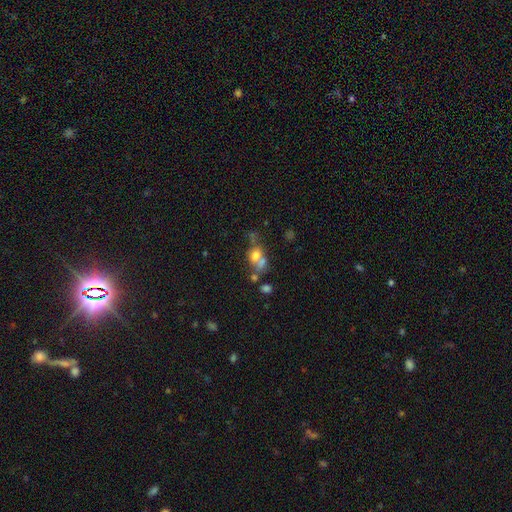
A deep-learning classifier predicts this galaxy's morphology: Smooth or featured? Predicted: smooth (p=0.65). How rounded? Predicted: round (p=0.55). Merging? Predicted: merger (p=0.48).